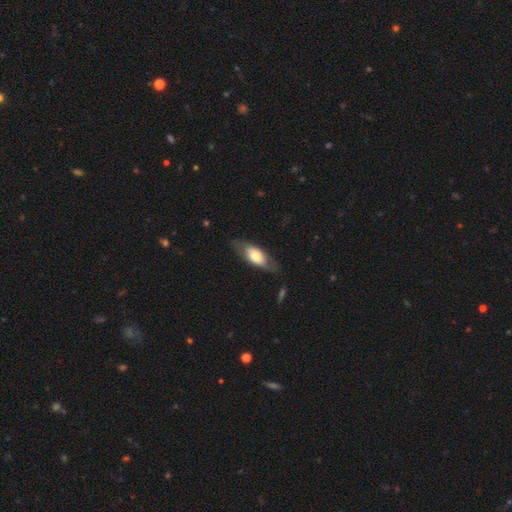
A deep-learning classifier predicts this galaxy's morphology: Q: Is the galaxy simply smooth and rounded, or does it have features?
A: smooth — 59%.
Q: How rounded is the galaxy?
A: in between — 78%.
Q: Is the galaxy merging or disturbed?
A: none — 74%.